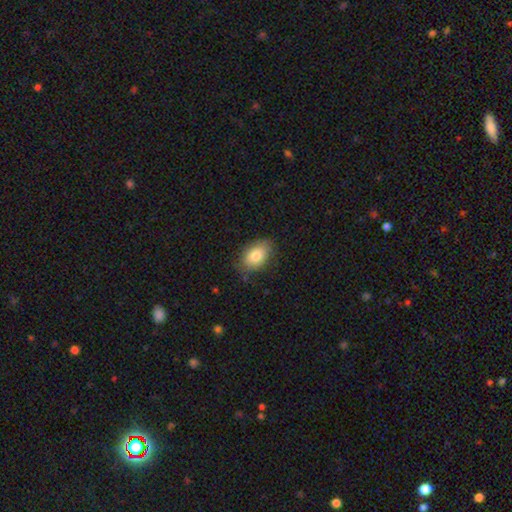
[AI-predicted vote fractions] smooth-or-featured: smooth: 80% | featured or disk: 13% | star or artifact: 7%
  how-rounded: in between: 88% | round: 11% | cigar-shaped: 1%
  merging: none: 75% | minor disturbance: 20% | major disturbance: 4% | merger: 1%